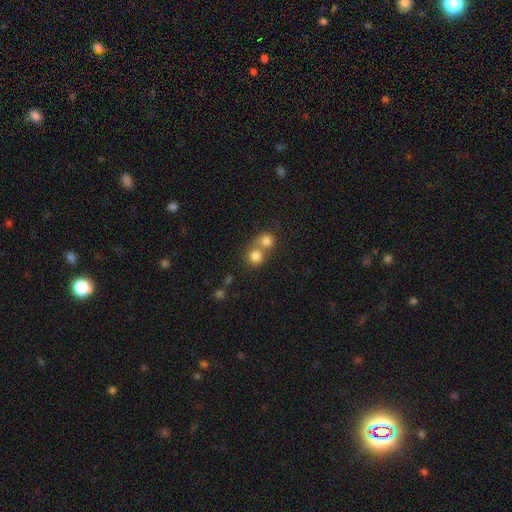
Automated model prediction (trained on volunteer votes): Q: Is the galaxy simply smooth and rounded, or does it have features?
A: smooth — 79%.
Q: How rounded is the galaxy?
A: round — 86%.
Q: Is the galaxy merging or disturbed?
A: merger — 52%.